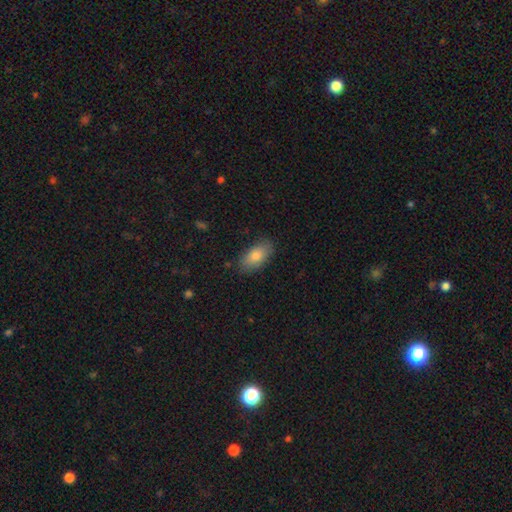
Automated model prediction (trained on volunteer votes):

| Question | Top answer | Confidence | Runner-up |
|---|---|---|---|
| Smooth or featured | smooth | 80% | featured or disk (13%) |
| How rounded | in between | 91% | cigar-shaped (5%) |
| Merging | none | 83% | minor disturbance (13%) |